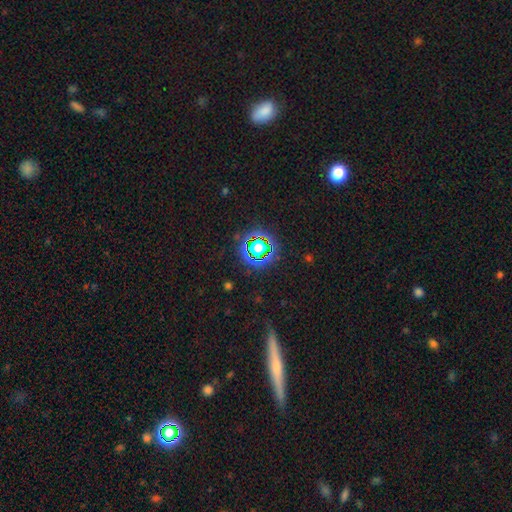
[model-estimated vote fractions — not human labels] Overall: star or artifact (39%; smooth 31%).